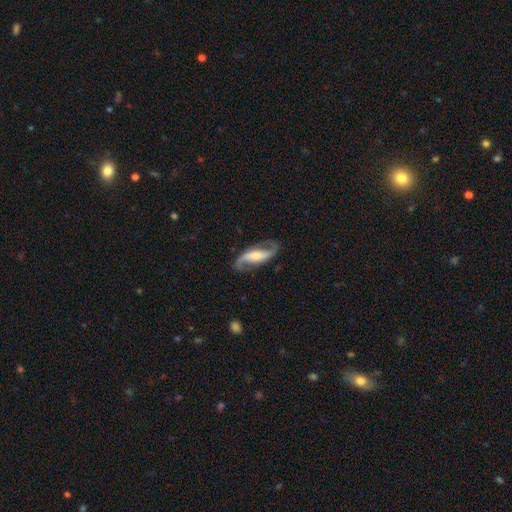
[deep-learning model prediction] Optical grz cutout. It shows a featured or disk galaxy (87%) with a strong bar (43%), 2 (93%) loose (53%) spiral arms (96%) and a moderate central bulge (48%). Merging: none (81%).